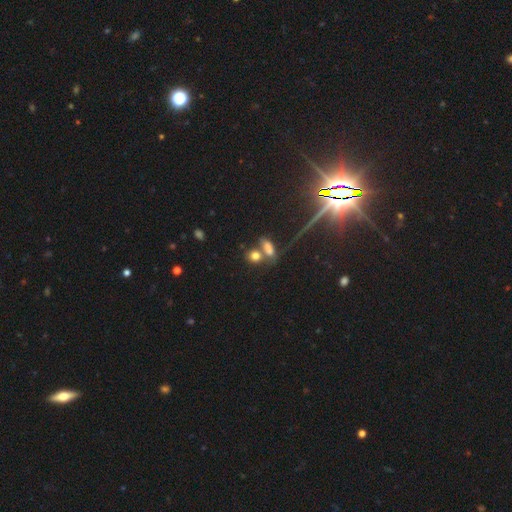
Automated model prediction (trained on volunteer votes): Smooth or featured?
  - smooth: 72% *
  - star or artifact: 16%
  - featured or disk: 12%
How rounded?
  - round: 48% *
  - in between: 46%
  - cigar-shaped: 5%
Merging?
  - none: 43% *
  - merger: 42%
  - minor disturbance: 9%
  - major disturbance: 5%